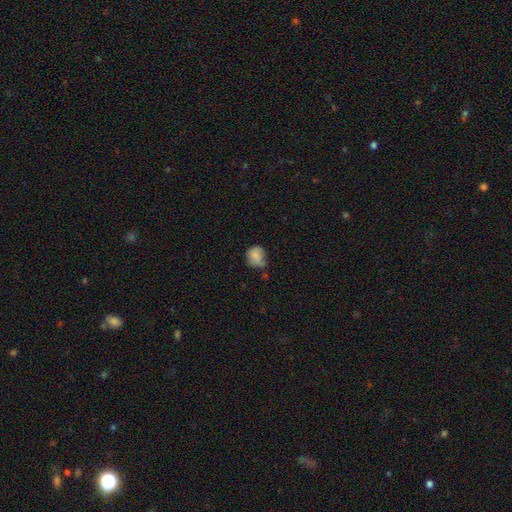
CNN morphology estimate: Overall: smooth (76%). How rounded: round (70%). Merging: none (45%; minor disturbance 37%).